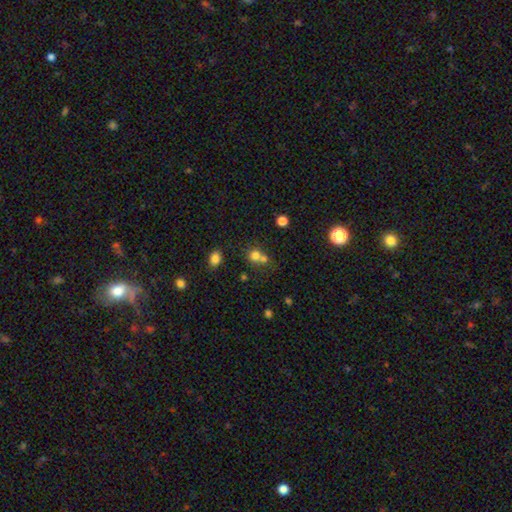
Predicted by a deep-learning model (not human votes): Morphology: type=smooth (74%); roundness=round (82%); merging=merger (50%).